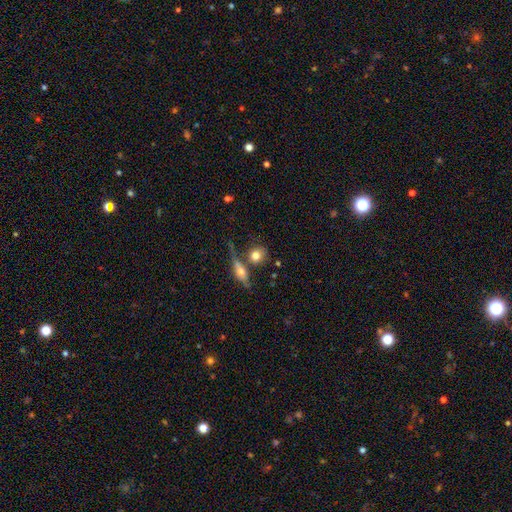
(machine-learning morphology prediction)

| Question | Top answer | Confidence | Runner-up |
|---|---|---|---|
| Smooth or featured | smooth | 74% | featured or disk (17%) |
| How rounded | round | 75% | in between (21%) |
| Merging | none | 55% | merger (27%) |